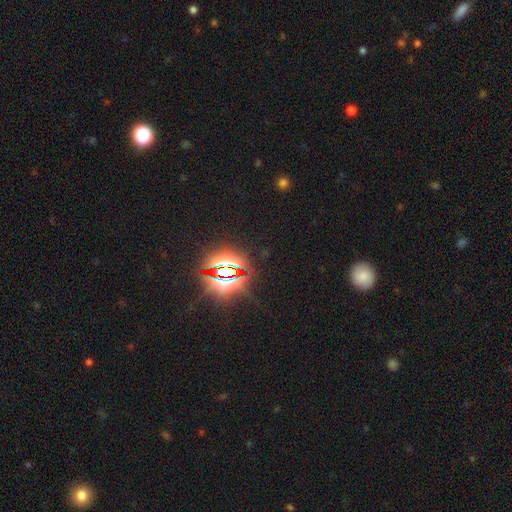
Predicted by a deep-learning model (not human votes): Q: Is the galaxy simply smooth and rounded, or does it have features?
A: star or artifact — 82%.